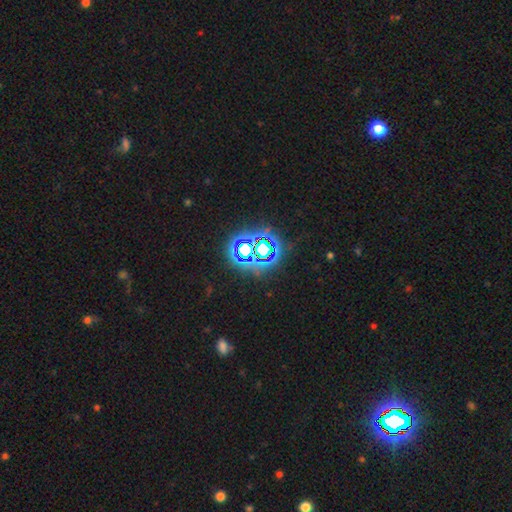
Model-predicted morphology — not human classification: The model was most divided on "smooth or featured": star or artifact: 75%, smooth: 16%, featured or disk: 9%.